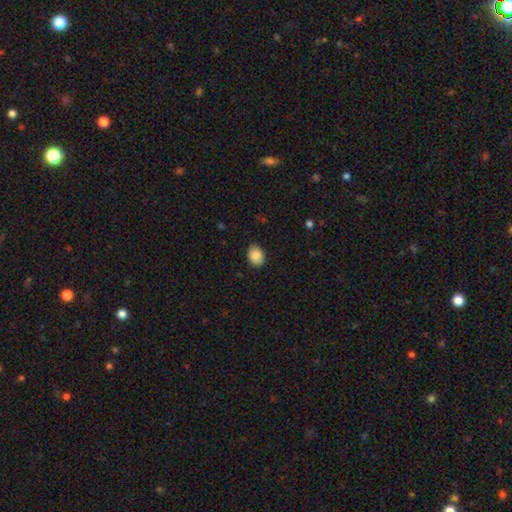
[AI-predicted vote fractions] The model was most divided on "how rounded": in between: 73%, round: 26%, cigar-shaped: 1%. More confident: smooth or featured — smooth (88%); merging — none (86%).